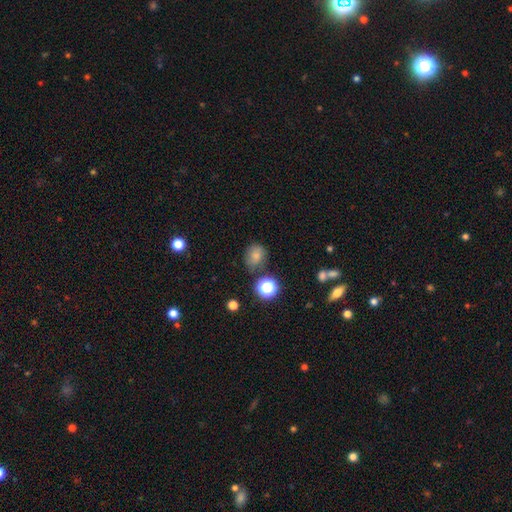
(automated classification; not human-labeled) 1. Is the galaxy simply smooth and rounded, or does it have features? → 72% smooth, 17% star or artifact, 11% featured or disk.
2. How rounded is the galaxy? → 64% round, 35% in between, 1% cigar-shaped.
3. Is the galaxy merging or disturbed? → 71% none, 19% minor disturbance, 6% major disturbance, 5% merger.